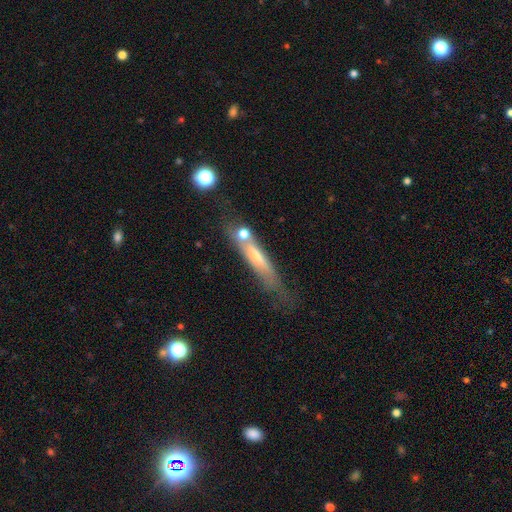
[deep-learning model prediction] Smooth or featured? featured or disk (46%)
Merging? none (55%)